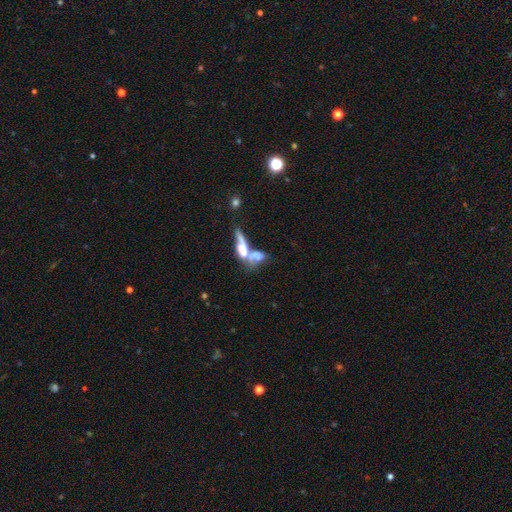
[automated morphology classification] smooth 50%, featured or disk 38%, star or artifact 11%. Down the decision tree: how rounded — in between (54%); merging — merger (67%).